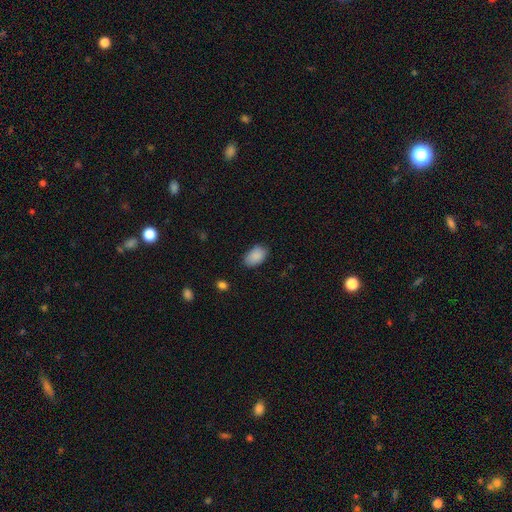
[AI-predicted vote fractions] Q: Smooth or featured?
A: smooth (89%); runner-up: star or artifact (7%)
Q: How rounded?
A: in between (91%); runner-up: round (8%)
Q: Merging?
A: none (82%); runner-up: minor disturbance (14%)